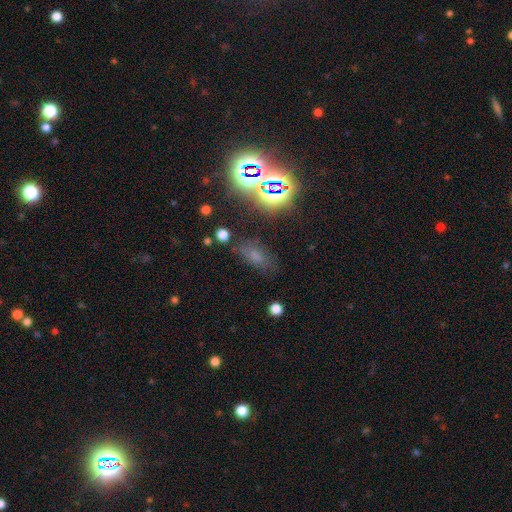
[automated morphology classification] The model was most divided on "smooth or featured": smooth: 61%, star or artifact: 28%, featured or disk: 11%. More confident: how rounded — in between (84%); merging — none (67%).